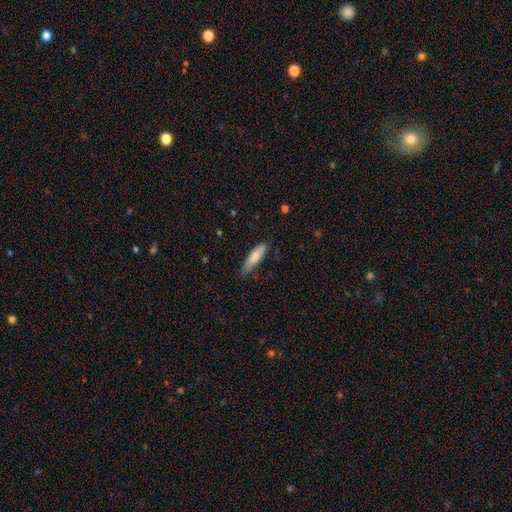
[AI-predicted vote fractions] Smooth or featured: smooth — 80% (featured or disk — 15%)
How rounded: cigar-shaped — 62% (in between — 36%)
Merging: none — 77% (minor disturbance — 19%)